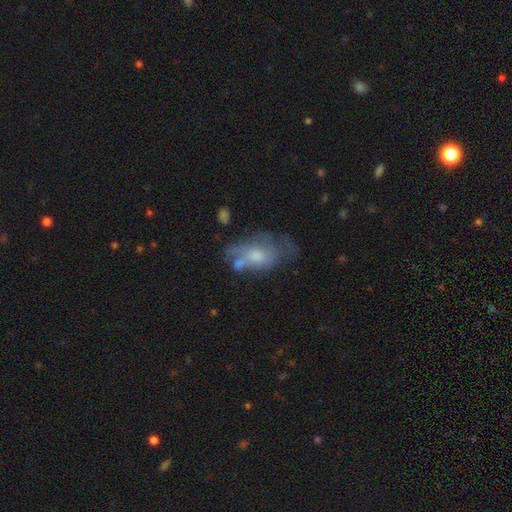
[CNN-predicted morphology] smooth-or-featured: featured or disk: 47% | smooth: 44% | star or artifact: 9%
  merging: major disturbance: 31% | none: 29% | minor disturbance: 24% | merger: 16%